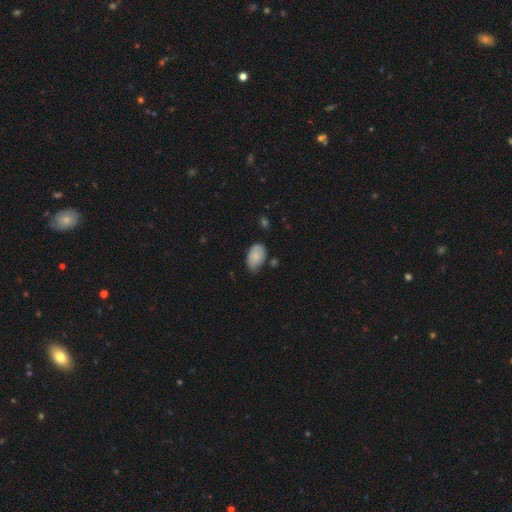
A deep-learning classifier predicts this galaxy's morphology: Q: Smooth or featured?
A: smooth (78%); runner-up: featured or disk (15%)
Q: How rounded?
A: in between (91%); runner-up: round (8%)
Q: Merging?
A: none (54%); runner-up: minor disturbance (35%)